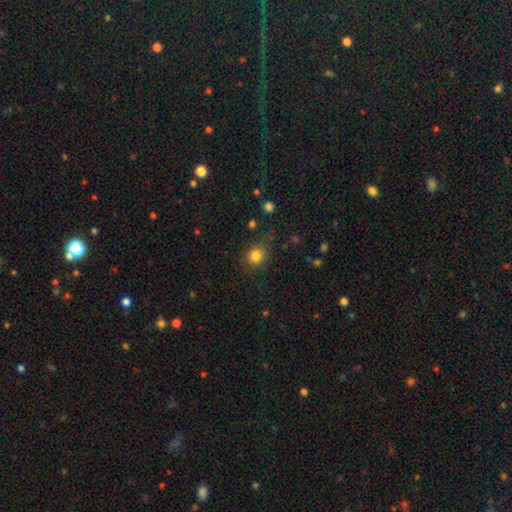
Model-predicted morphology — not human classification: smooth_or_featured: smooth (p=0.83) [alt: star or artifact p=0.11]
how_rounded: round (p=0.70) [alt: in between p=0.29]
merging: none (p=0.80) [alt: minor disturbance p=0.14]